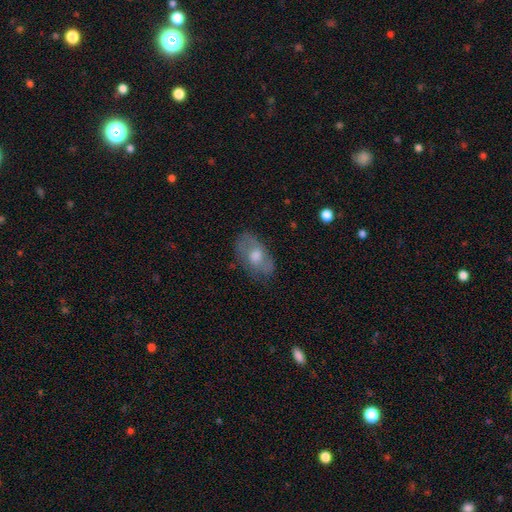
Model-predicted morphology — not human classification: This is possibly a featured or disk galaxy (52%). It is clearly not viewed edge-on (91%). Merging: likely none (74%).